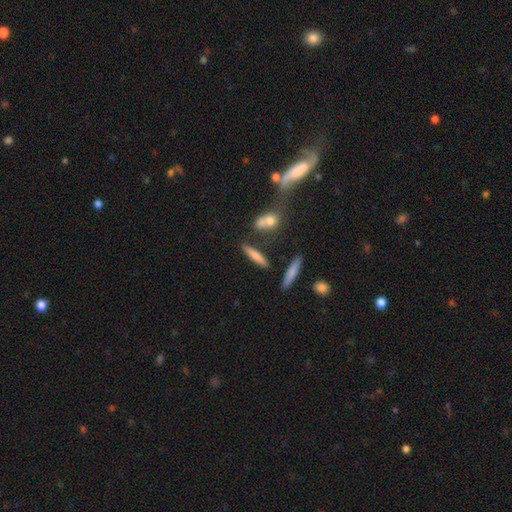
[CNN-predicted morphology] smooth-or-featured: smooth: 71% | featured or disk: 21% | star or artifact: 8%
  how-rounded: cigar-shaped: 82% | in between: 16% | round: 3%
  merging: none: 73% | minor disturbance: 12% | merger: 10% | major disturbance: 4%